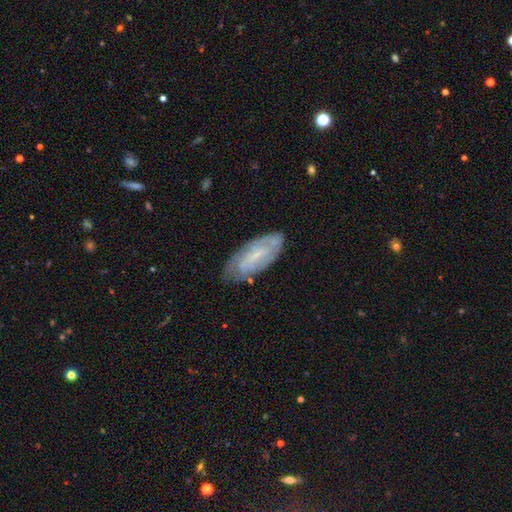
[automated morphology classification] Smooth or featured?
  - featured or disk: 63% *
  - smooth: 30%
  - star or artifact: 7%
Edge-on disk?
  - no: 90% *
  - yes: 10%
Bar?
  - weak: 45% *
  - no: 39%
  - strong: 16%
Spiral arms?
  - yes: 75% *
  - no: 25%
Bulge size?
  - small: 63% *
  - moderate: 18%
  - none: 17%
  - large: 1%
  - dominant: 1%
Merging?
  - none: 71% *
  - minor disturbance: 22%
  - major disturbance: 6%
  - merger: 2%